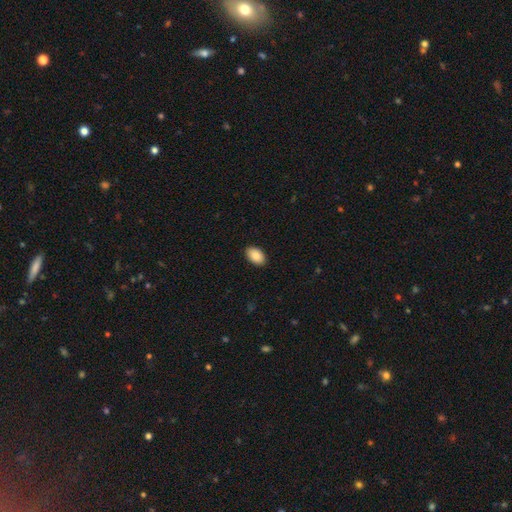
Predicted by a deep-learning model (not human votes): Smooth or featured: smooth — 89% (star or artifact — 7%)
How rounded: in between — 92% (round — 7%)
Merging: none — 90% (minor disturbance — 7%)